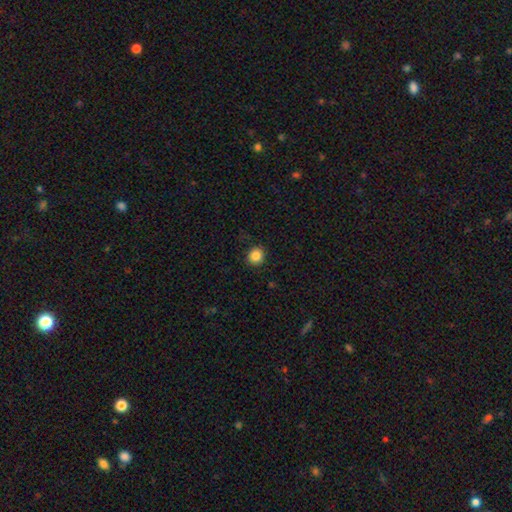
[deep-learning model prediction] This appears to be a smooth galaxy with no disk features (85%) that is round (89%). Merging: none (88%).